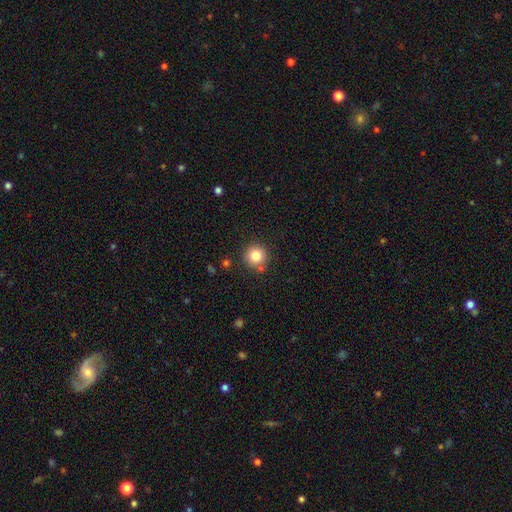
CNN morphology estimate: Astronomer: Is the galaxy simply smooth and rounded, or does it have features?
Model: smooth — 82%.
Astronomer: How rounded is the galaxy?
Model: round — 95%.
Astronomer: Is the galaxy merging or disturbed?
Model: none — 84%.